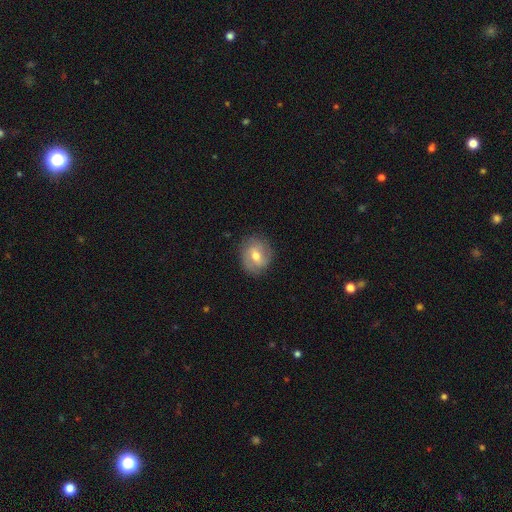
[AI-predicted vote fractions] featured or disk 49%, smooth 43%, star or artifact 8%. Down the decision tree: merging — none (80%).